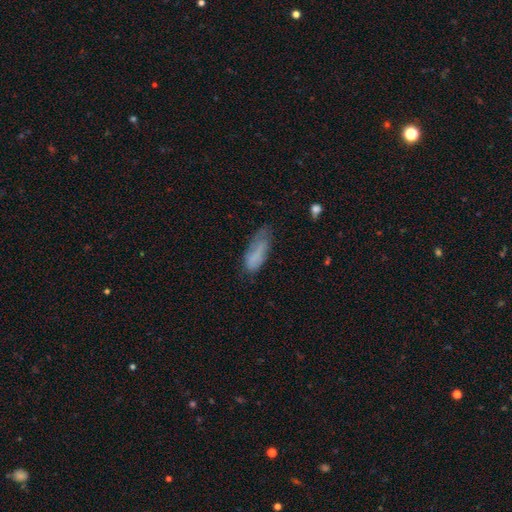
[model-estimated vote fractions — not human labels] The model was most divided on "merging": none: 42%, minor disturbance: 36%, major disturbance: 19%, merger: 3%. More confident: smooth or featured — smooth (75%); how rounded — in between (70%).